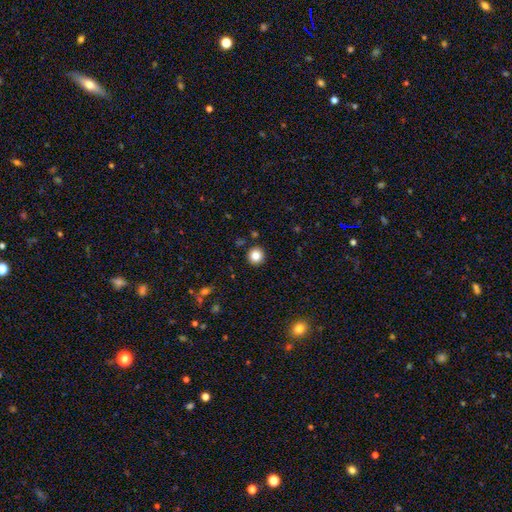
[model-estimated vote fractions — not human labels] Smooth or featured? smooth (85%)
How rounded? round (93%)
Merging? none (92%)